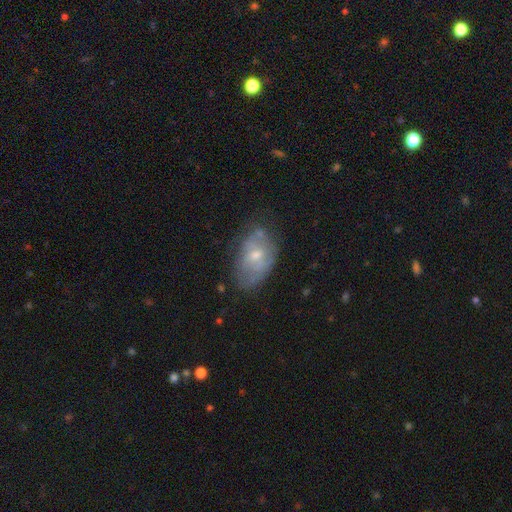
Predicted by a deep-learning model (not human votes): Morphology: type=featured or disk (47%); merging=none (50%).